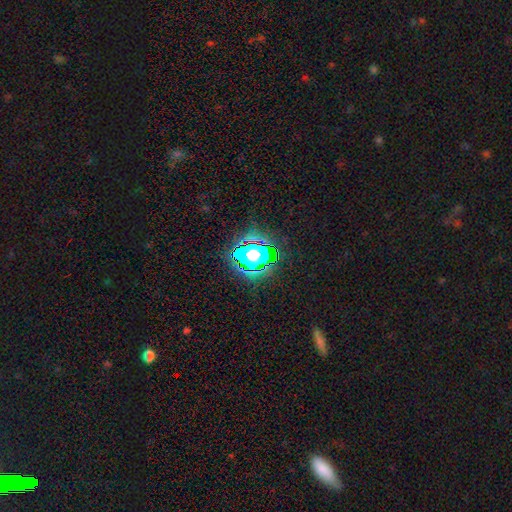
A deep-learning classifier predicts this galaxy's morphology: The model was most divided on "smooth or featured": star or artifact: 76%, smooth: 14%, featured or disk: 10%.